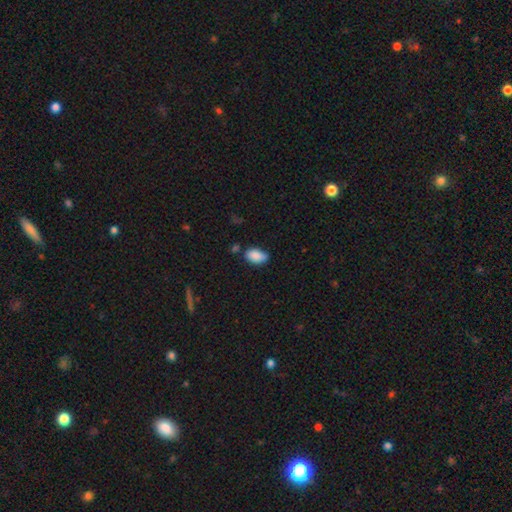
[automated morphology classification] A smooth galaxy with no disk features (87%) that is in between round and cigar-shaped (92%).

Vote fractions:
- Smooth or featured? smooth: 87% / star or artifact: 8% / featured or disk: 5%
- How rounded? in between: 92% / round: 6% / cigar-shaped: 2%
- Merging? none: 63% / minor disturbance: 27% / merger: 5% / major disturbance: 5%